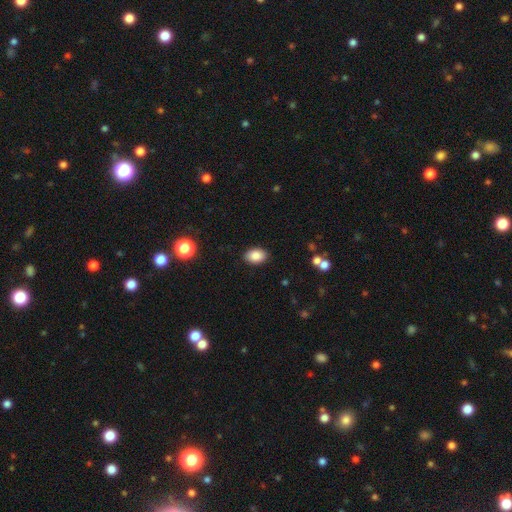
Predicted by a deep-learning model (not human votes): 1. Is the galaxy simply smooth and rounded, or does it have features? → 88% smooth, 8% star or artifact, 4% featured or disk.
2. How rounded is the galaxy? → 86% in between, 13% round, 1% cigar-shaped.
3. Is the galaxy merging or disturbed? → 89% none, 8% minor disturbance, 2% major disturbance, 1% merger.